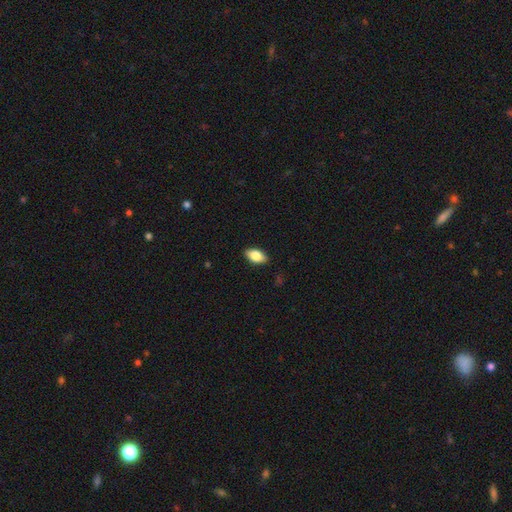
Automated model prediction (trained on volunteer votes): Smooth or featured? Predicted: smooth (p=0.80). How rounded? Predicted: in between (p=0.91). Merging? Predicted: none (p=0.88).